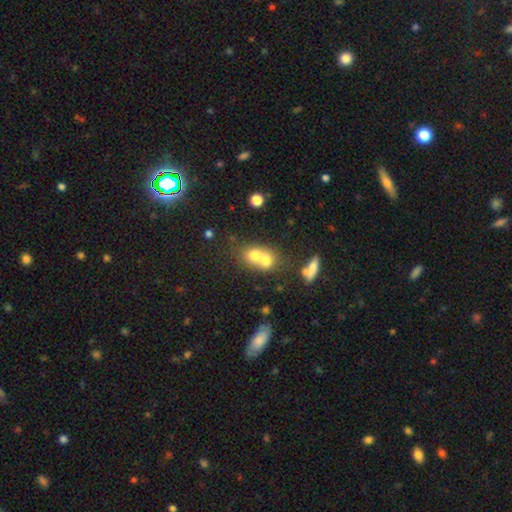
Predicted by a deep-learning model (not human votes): This is likely a smooth galaxy (67%). How rounded: likely round (65%). Merging: likely merger (66%).